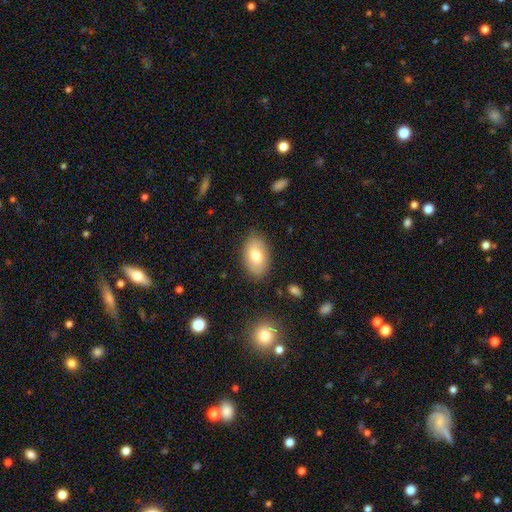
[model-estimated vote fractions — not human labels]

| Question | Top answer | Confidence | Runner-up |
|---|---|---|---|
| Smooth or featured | smooth | 74% | featured or disk (19%) |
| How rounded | in between | 92% | round (6%) |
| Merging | none | 84% | minor disturbance (12%) |